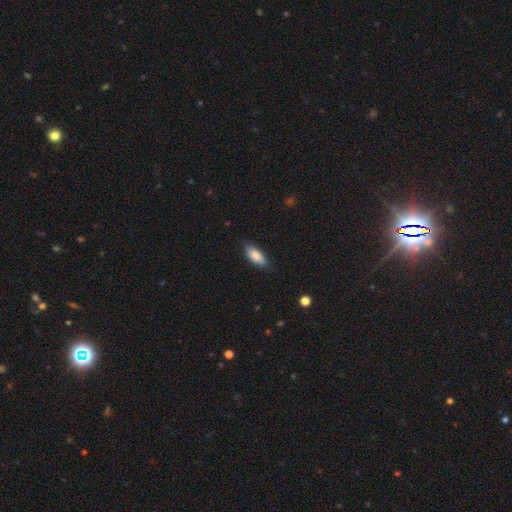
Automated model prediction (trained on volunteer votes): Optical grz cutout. It shows a smooth galaxy with no disk features (85%) that is in between round and cigar-shaped (84%). Merging: none (80%).